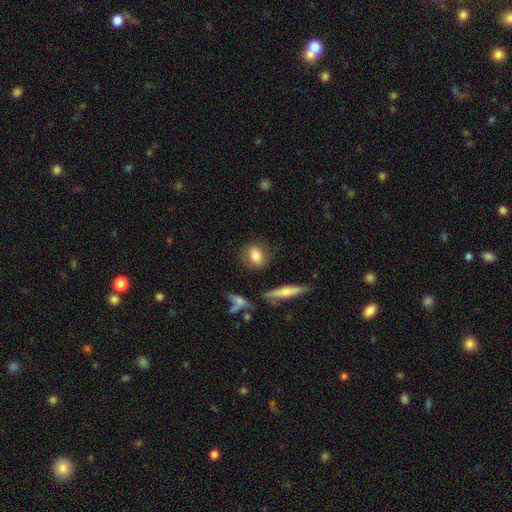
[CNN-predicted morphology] Smooth or featured?
  - smooth: 77% *
  - featured or disk: 15%
  - star or artifact: 8%
How rounded?
  - in between: 51% *
  - round: 44%
  - cigar-shaped: 4%
Merging?
  - none: 78% *
  - minor disturbance: 14%
  - major disturbance: 5%
  - merger: 3%